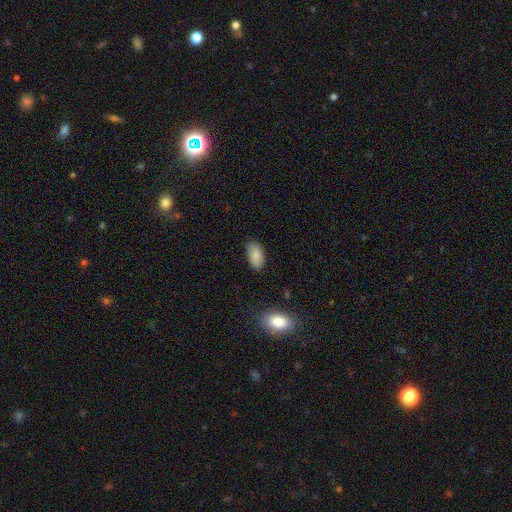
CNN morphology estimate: smooth 86%, star or artifact 7%, featured or disk 6%. Down the decision tree: how rounded — in between (94%); merging — none (80%).